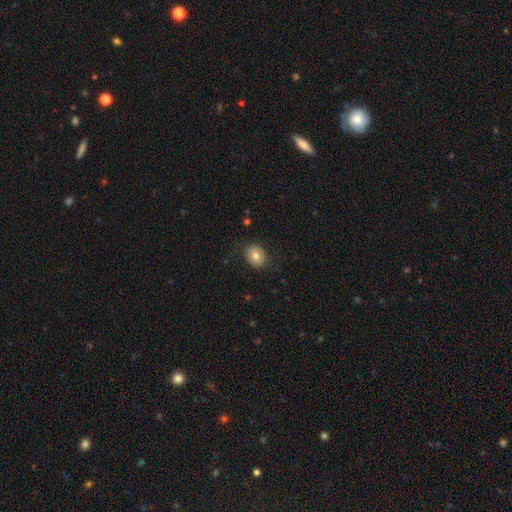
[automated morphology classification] The model was most divided on "how rounded": round: 57%, in between: 42%, cigar-shaped: 1%. More confident: merging — none (83%); smooth or featured — smooth (75%).